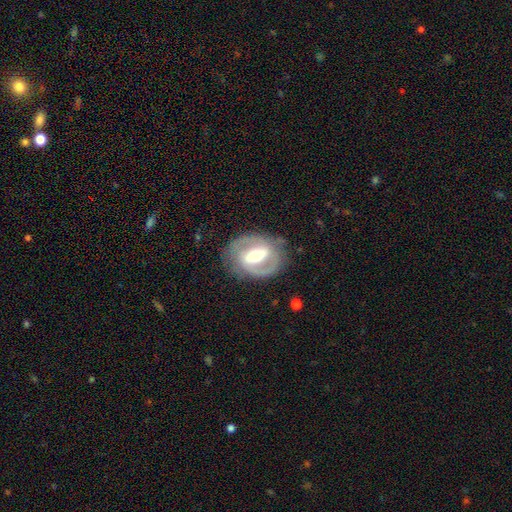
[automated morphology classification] featured or disk 81%, smooth 14%, star or artifact 5%. Down the decision tree: edge-on disk — no (96%); bar — strong (52%); spiral arms — yes (80%); spiral arm count — 2 (84%); spiral winding — medium (46%); bulge size — moderate (66%); merging — none (79%).